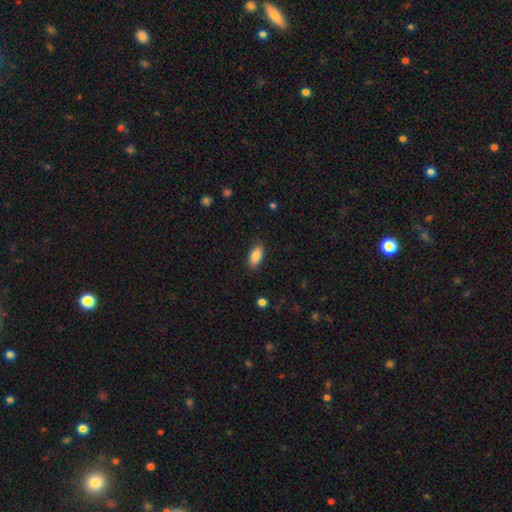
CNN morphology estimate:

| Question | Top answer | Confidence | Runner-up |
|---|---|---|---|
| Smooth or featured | smooth | 85% | featured or disk (8%) |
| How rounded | in between | 90% | cigar-shaped (7%) |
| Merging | none | 88% | minor disturbance (9%) |